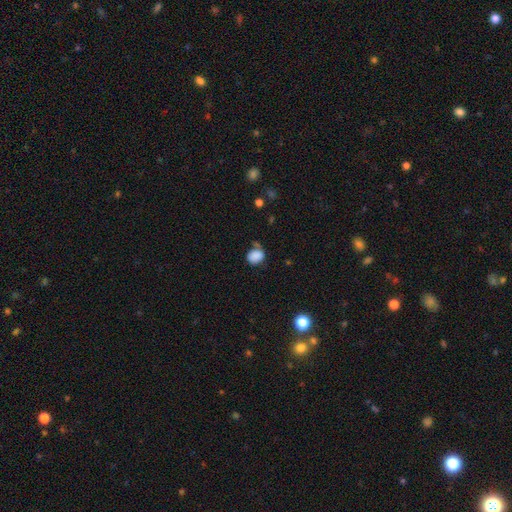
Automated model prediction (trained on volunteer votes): Q: Smooth or featured?
A: smooth (85%); runner-up: star or artifact (10%)
Q: How rounded?
A: round (51%); runner-up: in between (48%)
Q: Merging?
A: none (60%); runner-up: minor disturbance (24%)